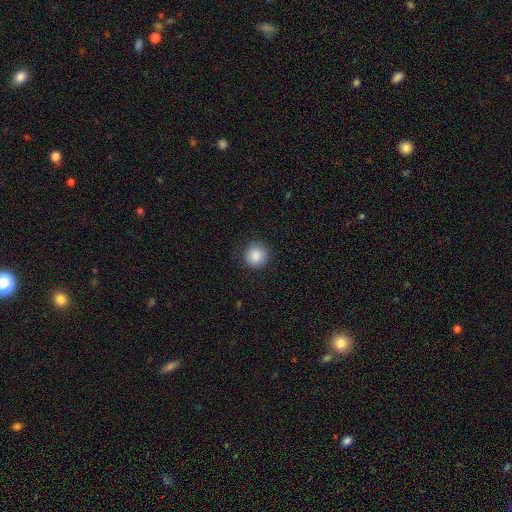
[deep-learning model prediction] Overall: smooth (87%). How rounded: round (94%). Merging: none (87%).